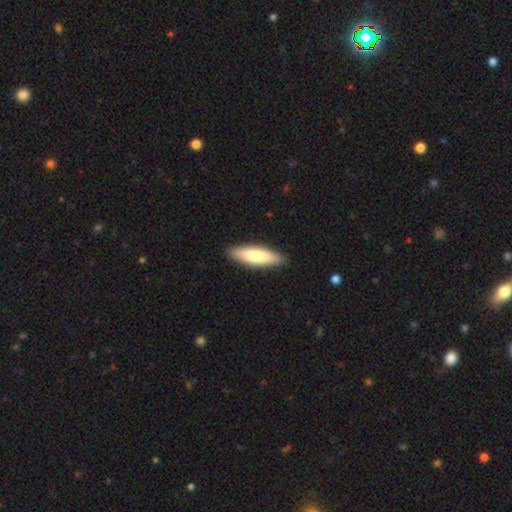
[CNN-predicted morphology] A smooth galaxy with no disk features (77%) that is cigar-shaped (58%).

Vote fractions:
- Smooth or featured? smooth: 77% / featured or disk: 18% / star or artifact: 5%
- How rounded? cigar-shaped: 58% / in between: 40% / round: 1%
- Merging? none: 89% / minor disturbance: 9% / major disturbance: 2% / merger: 1%